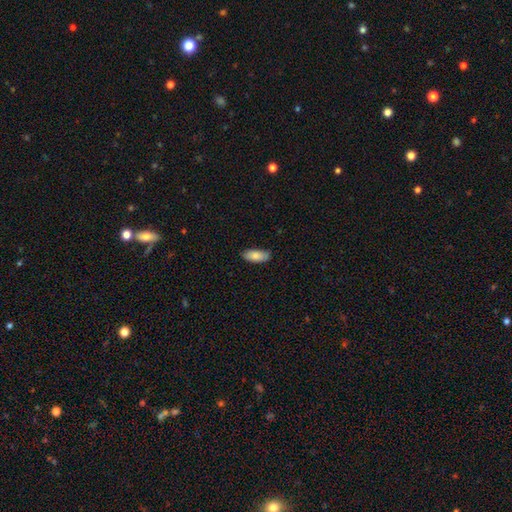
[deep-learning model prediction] Morphology: type=smooth (84%); roundness=in between (83%); merging=none (84%).